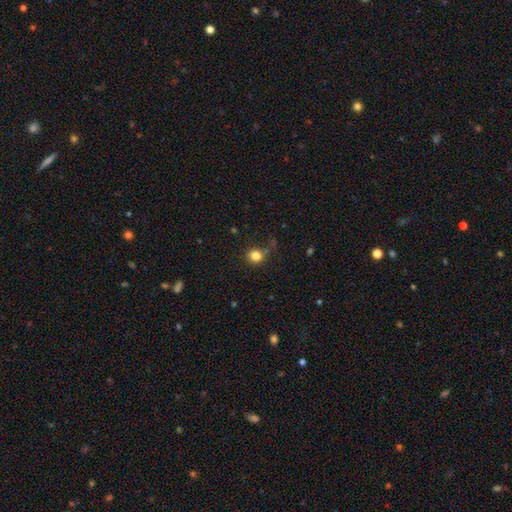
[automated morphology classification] Smooth or featured? Predicted: smooth (p=0.82). How rounded? Predicted: round (p=0.86). Merging? Predicted: none (p=0.75).